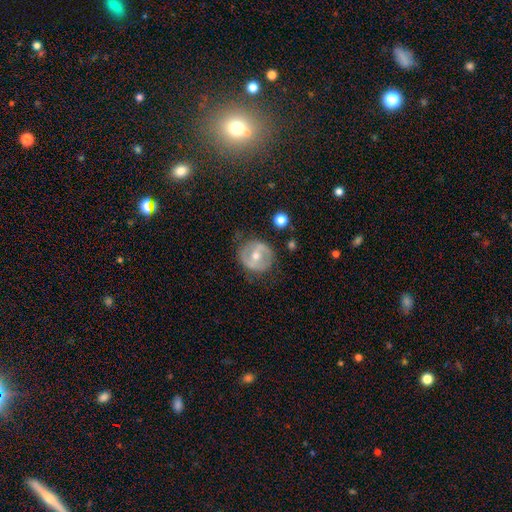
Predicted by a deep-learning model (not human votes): This is likely a featured or disk galaxy (68%). It is clearly not viewed edge-on (96%). Bar: marginally weak (38%, tied with strong). Spiral arm pattern: possibly yes (58%). Central bulge: possibly moderate (60%). Merging: likely none (76%).